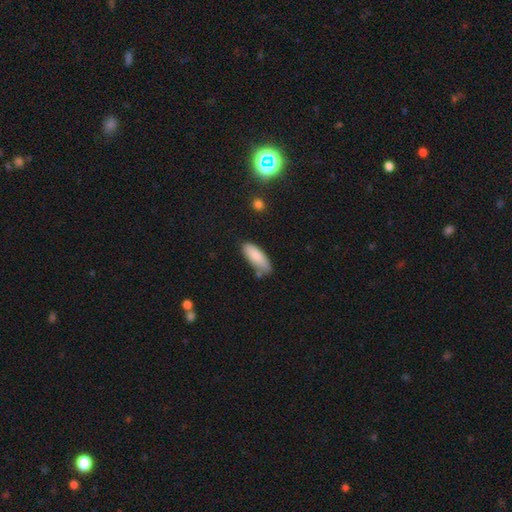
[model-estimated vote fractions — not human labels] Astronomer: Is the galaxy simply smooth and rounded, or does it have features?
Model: smooth — 85%.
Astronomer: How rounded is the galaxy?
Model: in between — 70%.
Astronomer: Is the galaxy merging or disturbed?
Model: none — 71%.